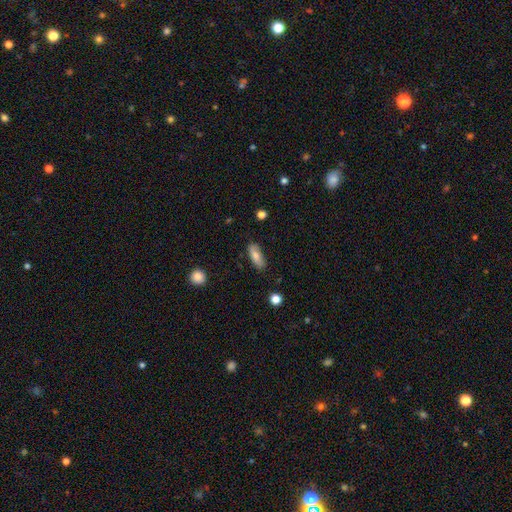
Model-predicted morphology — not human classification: smooth_or_featured: smooth (p=0.77) [alt: featured or disk p=0.16]
how_rounded: in between (p=0.68) [alt: cigar-shaped p=0.29]
merging: none (p=0.83) [alt: minor disturbance p=0.13]